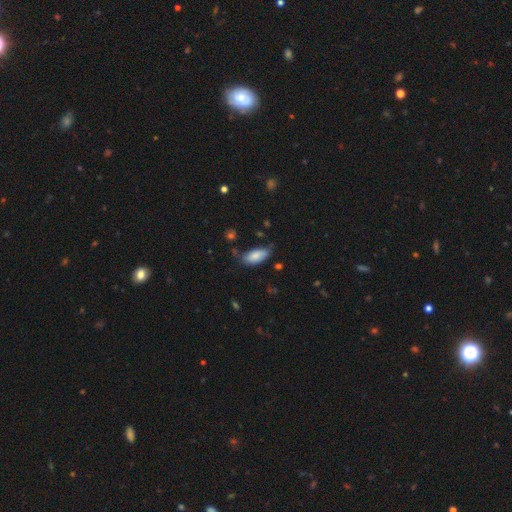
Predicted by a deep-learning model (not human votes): Smooth or featured? smooth (79%)
How rounded? in between (91%)
Merging? none (58%)